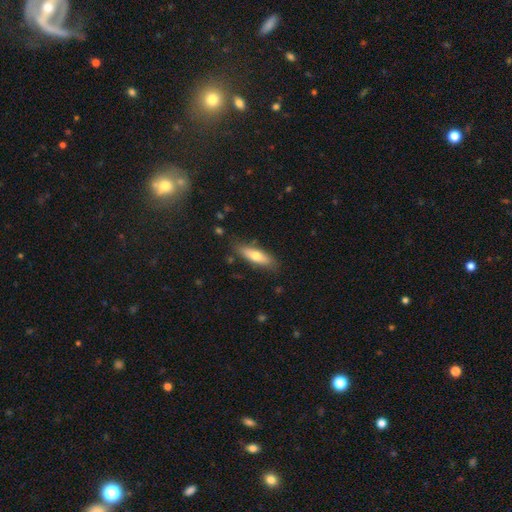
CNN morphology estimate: Smooth or featured? Predicted: smooth (p=0.67). How rounded? Predicted: cigar-shaped (p=0.50). Merging? Predicted: none (p=0.80).